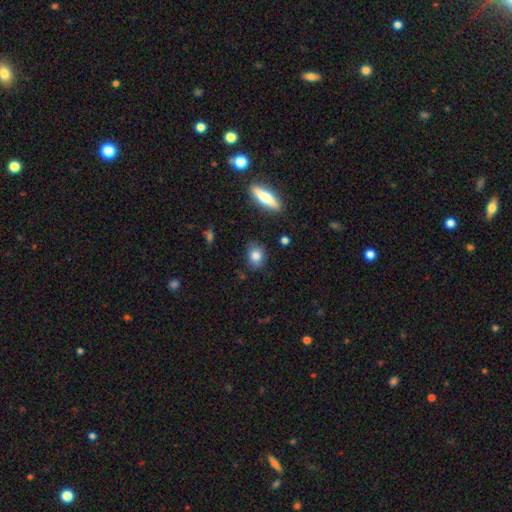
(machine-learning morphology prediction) Smooth or featured: smooth — 80% (featured or disk — 11%)
How rounded: in between — 54% (round — 43%)
Merging: none — 81% (minor disturbance — 14%)